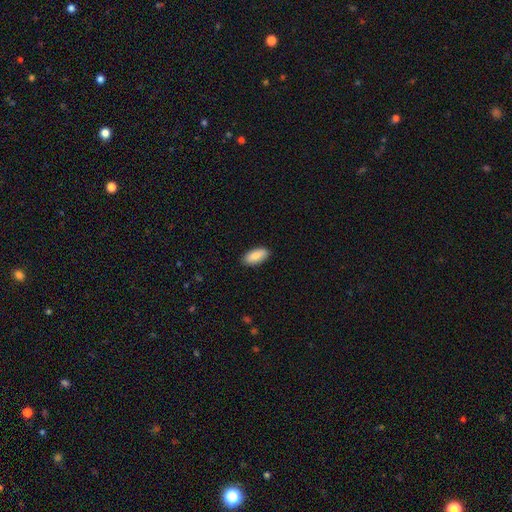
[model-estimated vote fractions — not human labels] Morphology: type=smooth (87%); roundness=in between (90%); merging=none (89%).